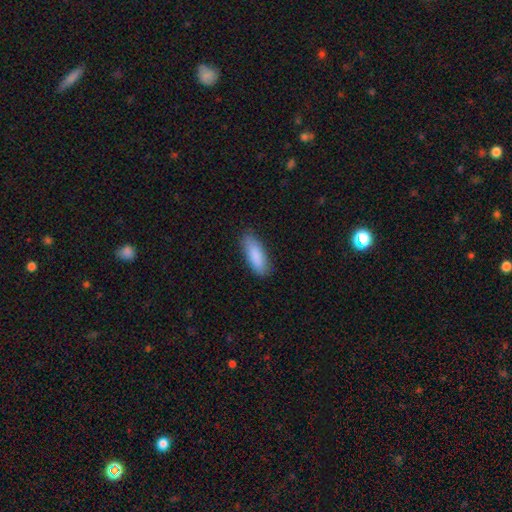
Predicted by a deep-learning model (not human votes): Smooth or featured?
  - smooth: 88% *
  - featured or disk: 6%
  - star or artifact: 5%
How rounded?
  - in between: 63% *
  - cigar-shaped: 36%
  - round: 2%
Merging?
  - none: 83% *
  - minor disturbance: 13%
  - major disturbance: 2%
  - merger: 1%